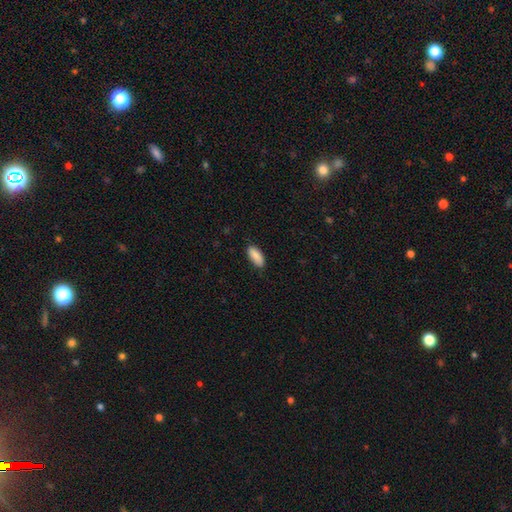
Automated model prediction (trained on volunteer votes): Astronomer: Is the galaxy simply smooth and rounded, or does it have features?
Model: smooth — 88%.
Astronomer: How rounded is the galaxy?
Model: in between — 85%.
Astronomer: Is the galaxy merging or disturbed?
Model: none — 85%.